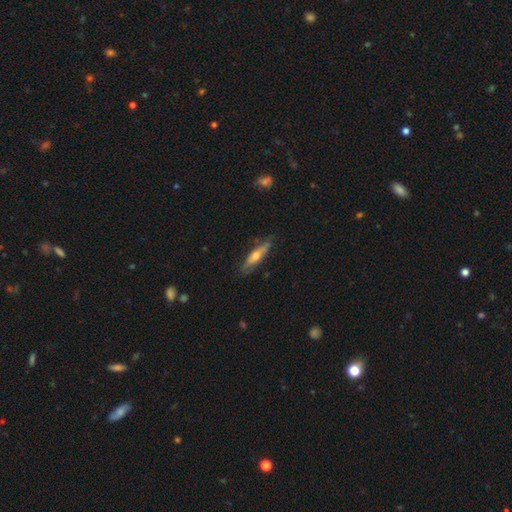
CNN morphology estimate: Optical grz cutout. It shows a featured or disk galaxy (52%) viewed edge-on (81%). Merging: none (80%).